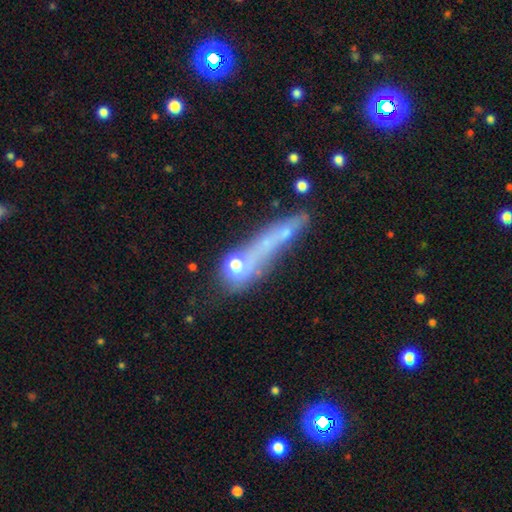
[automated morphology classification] A smooth galaxy with no disk features (45%). Merging: none (44%).